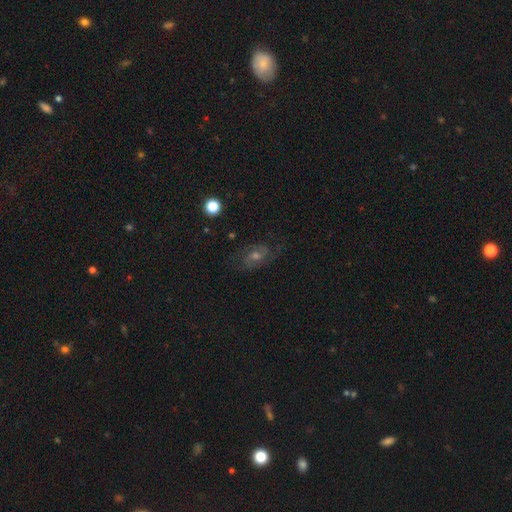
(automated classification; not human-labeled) Smooth or featured? featured or disk (63%)
Edge-on disk? no (94%)
Bar? no (58%)
Spiral arms? yes (89%)
Spiral winding? medium (46%)
Spiral arm count? 2 (66%)
Bulge size? moderate (55%)
Merging? none (75%)